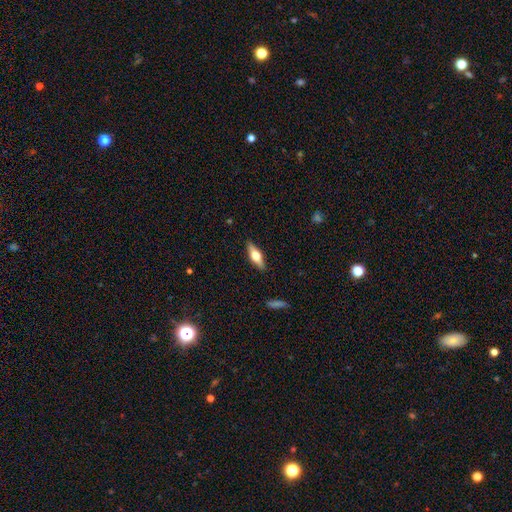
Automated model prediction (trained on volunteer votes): featured or disk 52%, smooth 41%, star or artifact 6%. Down the decision tree: edge-on disk — yes (92%); merging — none (89%).